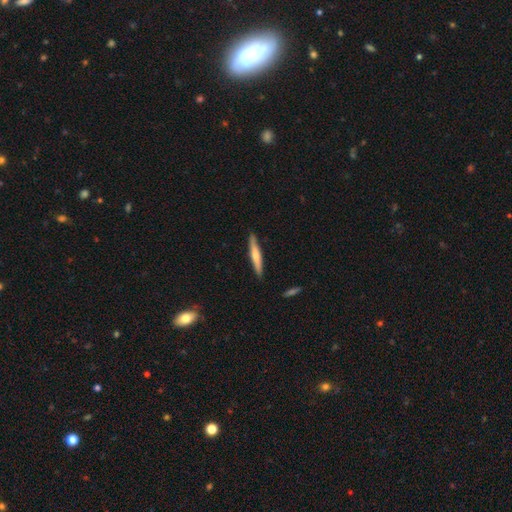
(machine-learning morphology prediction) A smooth galaxy with no disk features (53%) that is cigar-shaped (93%). Merging: none (88%).